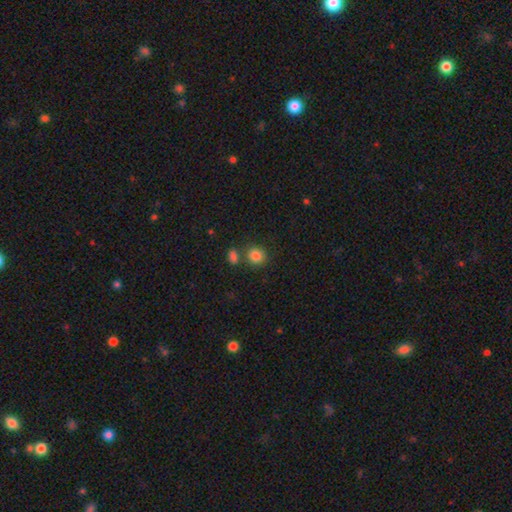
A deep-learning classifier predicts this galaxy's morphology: Smooth or featured? Predicted: smooth (p=0.84). How rounded? Predicted: round (p=0.79). Merging? Predicted: none (p=0.69).